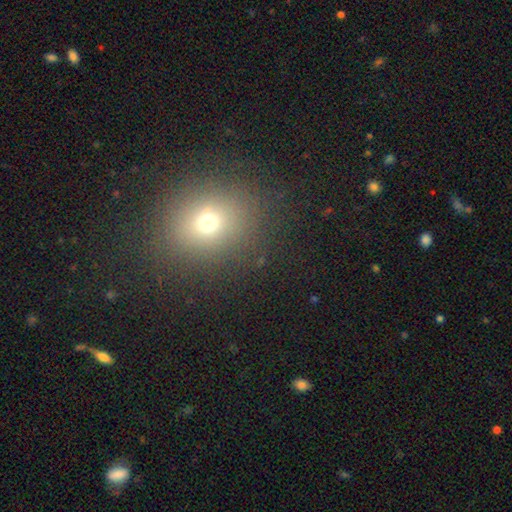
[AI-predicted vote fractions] Smooth or featured? Predicted: smooth (p=0.66). How rounded? Predicted: round (p=0.67). Merging? Predicted: none (p=0.88).